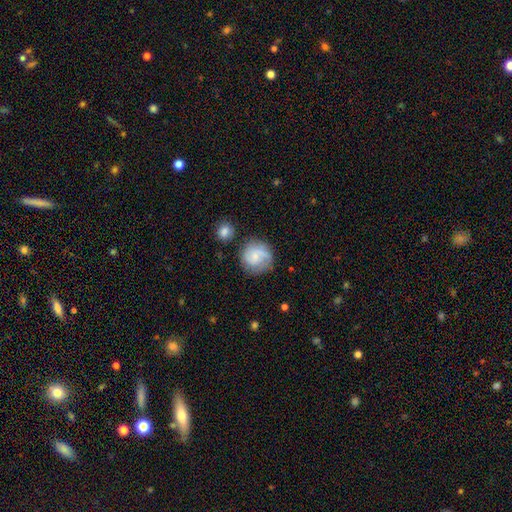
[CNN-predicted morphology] smooth-or-featured: featured or disk: 54% | smooth: 39% | star or artifact: 7%
  disk-edge-on: no: 98% | yes: 2%
    bar: no: 59% | weak: 36% | strong: 5%
    has-spiral-arms: yes: 89% | no: 11%
    bulge-size: small: 60% | moderate: 22% | none: 14% | large: 2% | dominant: 1%
  merging: none: 70% | minor disturbance: 18% | major disturbance: 7% | merger: 5%